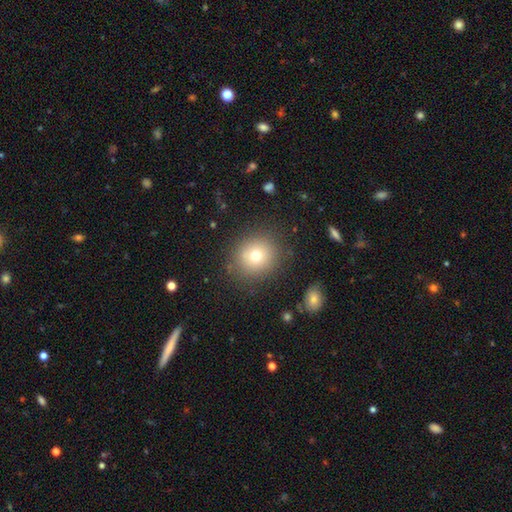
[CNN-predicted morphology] Overall: smooth (71%). How rounded: round (87%). Merging: none (85%).